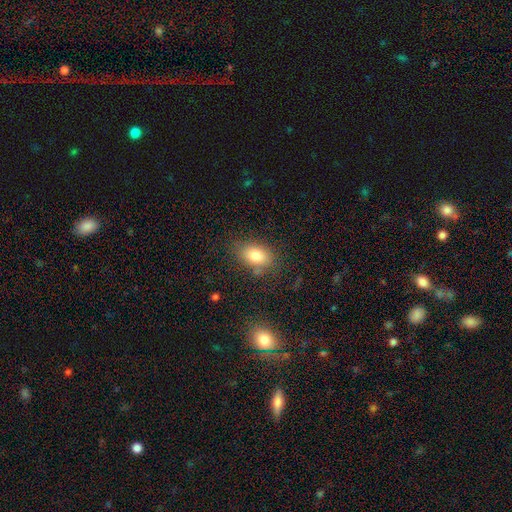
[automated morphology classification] This appears to be a smooth galaxy with no disk features (80%) that is in between round and cigar-shaped (83%). Merging: none (74%).